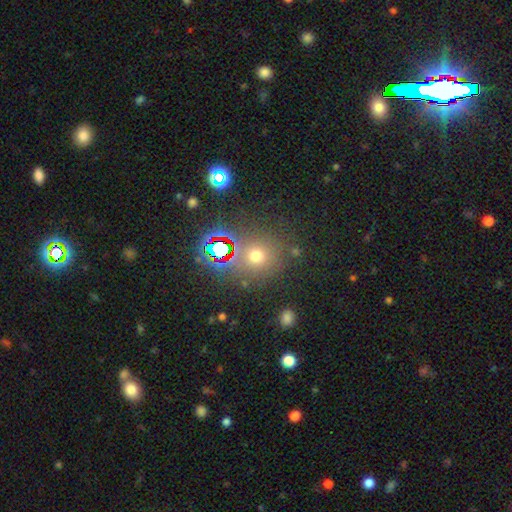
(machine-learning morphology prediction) This appears to be a smooth galaxy with no disk features (59%) that is round (89%). Merging: none (79%).